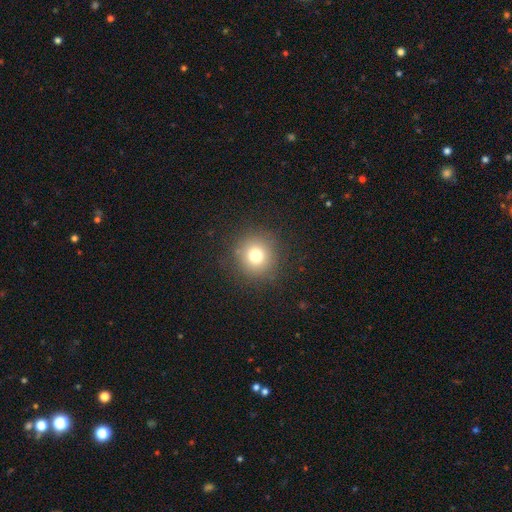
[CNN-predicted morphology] Smooth or featured: smooth — 75% (star or artifact — 15%)
How rounded: round — 93% (in between — 6%)
Merging: none — 87% (minor disturbance — 8%)